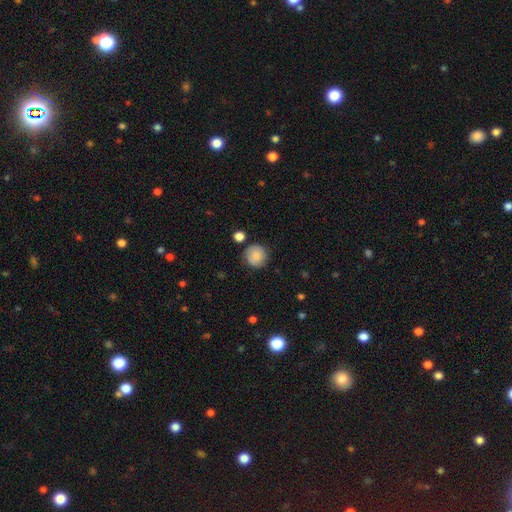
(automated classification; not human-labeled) Smooth or featured?
  - smooth: 84% *
  - featured or disk: 8%
  - star or artifact: 8%
How rounded?
  - round: 94% *
  - in between: 5%
  - cigar-shaped: 1%
Merging?
  - none: 83% *
  - minor disturbance: 11%
  - merger: 3%
  - major disturbance: 3%